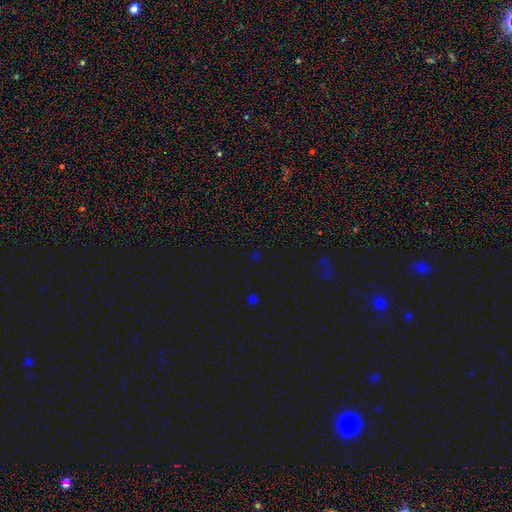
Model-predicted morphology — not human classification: This appears to be a star or artifact, not a galaxy (67%).